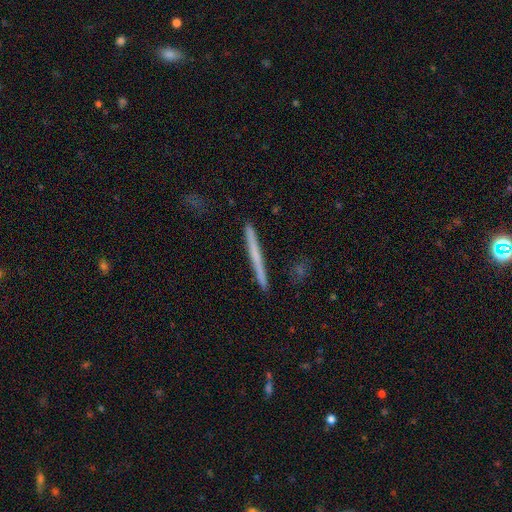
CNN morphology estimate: Smooth or featured? Predicted: smooth (p=0.47, tied with featured or disk). Merging? Predicted: none (p=0.90).